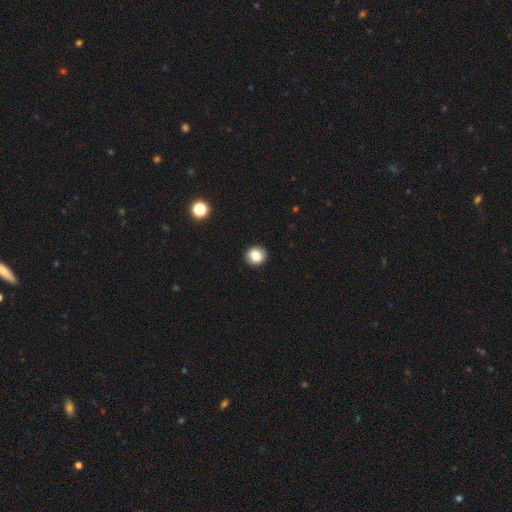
A smooth galaxy with no disk features (87%) that is round (85%).

Vote fractions:
- Smooth or featured? smooth: 87% / featured or disk: 8% / star or artifact: 5%
- How rounded? round: 85% / in between: 15% / cigar-shaped: 0%
- Merging? none: 97% / major disturbance: 3% / minor disturbance: 0% / merger: 0%